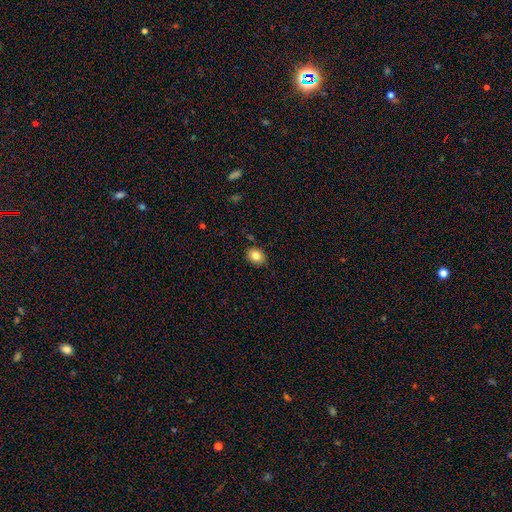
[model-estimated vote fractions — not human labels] Overall: smooth (83%). How rounded: round (50%; in between 49%). Merging: none (86%).